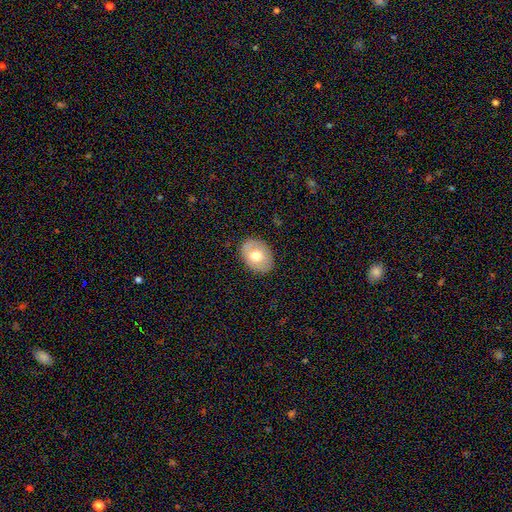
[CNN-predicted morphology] type=smooth (66%); roundness=in between (75%); merging=none (84%).